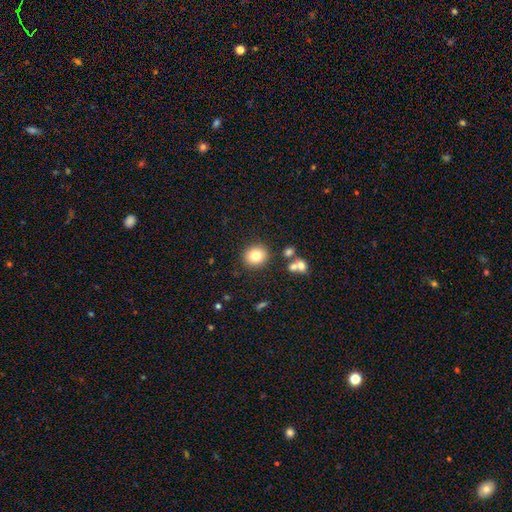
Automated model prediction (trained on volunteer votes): smooth-or-featured: smooth: 79% | star or artifact: 11% | featured or disk: 10%
  how-rounded: round: 86% | in between: 13% | cigar-shaped: 1%
  merging: none: 86% | minor disturbance: 7% | merger: 4% | major disturbance: 3%